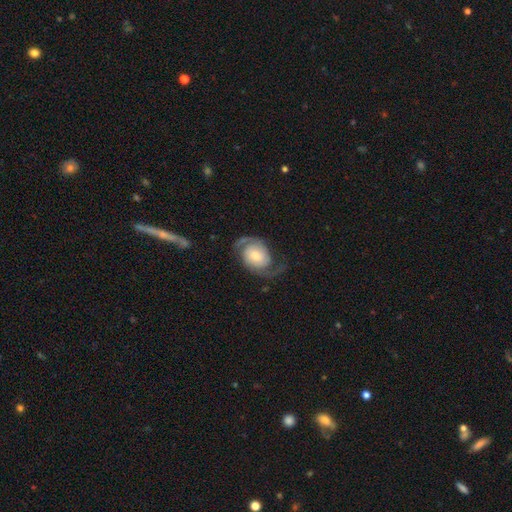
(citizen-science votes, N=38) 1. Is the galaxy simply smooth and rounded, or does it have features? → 79% featured or disk, 13% smooth, 8% star or artifact.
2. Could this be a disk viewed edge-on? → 100% no, 0% yes.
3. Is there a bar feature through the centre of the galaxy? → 73% no, 27% weak, 0% strong.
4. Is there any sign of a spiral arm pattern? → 97% yes, 3% no.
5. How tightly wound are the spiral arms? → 55% medium, 34% loose, 10% tight.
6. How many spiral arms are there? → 100% 2, 0% 1, 0% 3, 0% 4, 0% more than 4, 0% can't tell.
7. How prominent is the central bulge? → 37% moderate, 30% small, 17% large, 13% dominant, 3% none.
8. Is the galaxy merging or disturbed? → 49% none, 29% minor disturbance, 23% major disturbance, 0% merger.